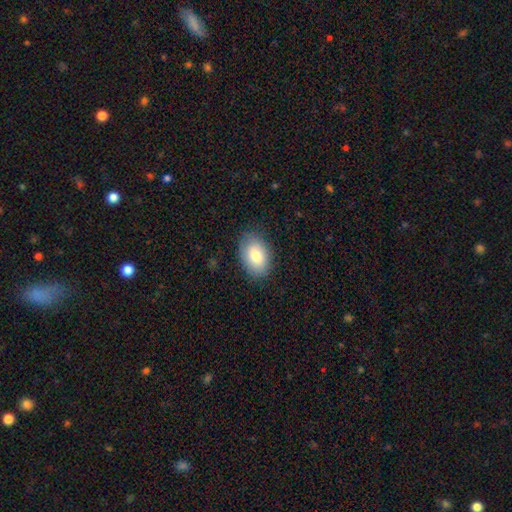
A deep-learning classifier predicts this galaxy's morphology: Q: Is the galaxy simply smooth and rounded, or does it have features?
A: smooth — 80%.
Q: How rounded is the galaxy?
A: in between — 87%.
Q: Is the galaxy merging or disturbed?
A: none — 83%.